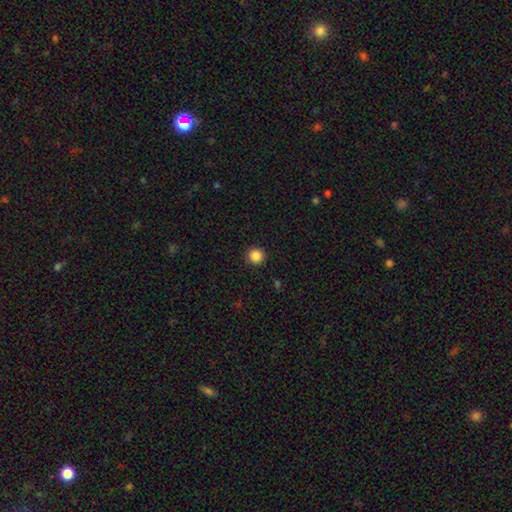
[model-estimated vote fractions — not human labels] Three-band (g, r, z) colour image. It shows a smooth galaxy with no disk features (86%) that is round (95%). Merging: none (93%).